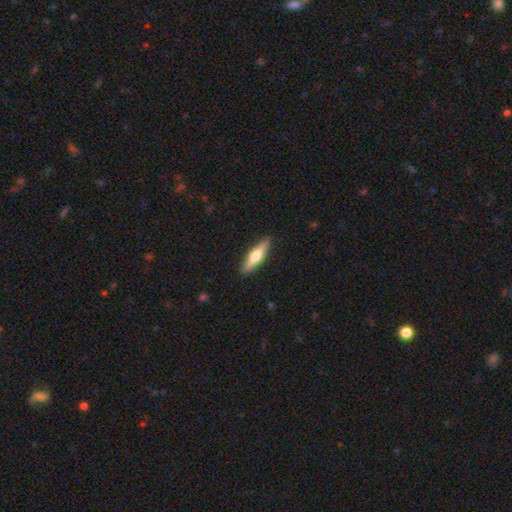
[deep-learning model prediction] smooth-or-featured: smooth: 51% | featured or disk: 44% | star or artifact: 5%
  how-rounded: cigar-shaped: 72% | in between: 26% | round: 2%
  merging: none: 90% | minor disturbance: 7% | major disturbance: 2% | merger: 1%